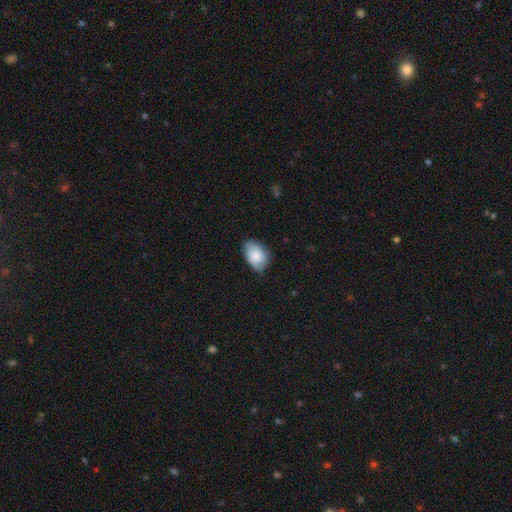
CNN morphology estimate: Smooth or featured? Predicted: smooth (p=0.80). How rounded? Predicted: in between (p=0.85). Merging? Predicted: none (p=0.69).